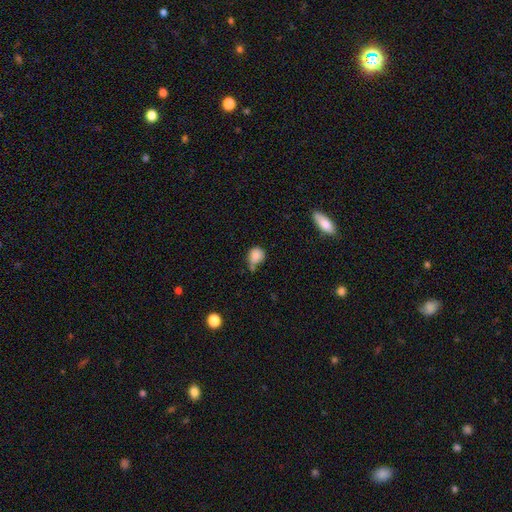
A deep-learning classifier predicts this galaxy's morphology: smooth 84%, star or artifact 10%, featured or disk 6%. Down the decision tree: how rounded — round (68%); merging — none (46%).